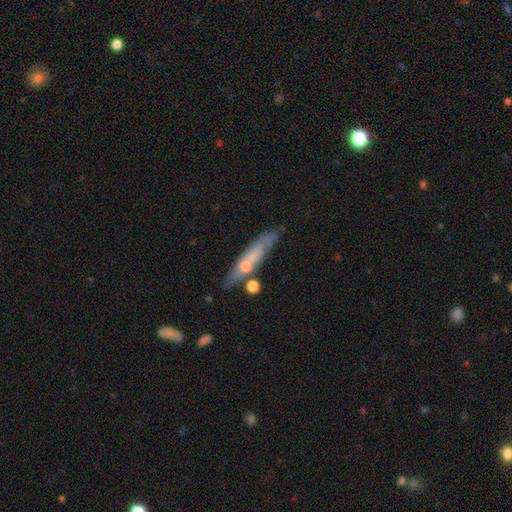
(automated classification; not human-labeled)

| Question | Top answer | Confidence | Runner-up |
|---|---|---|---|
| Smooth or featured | featured or disk | 48% | smooth (44%) |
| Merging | none | 60% | minor disturbance (18%) |